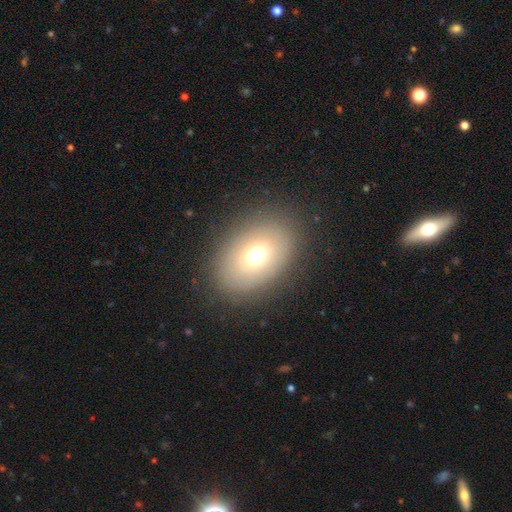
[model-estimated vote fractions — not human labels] Smooth or featured?
  - smooth: 69% *
  - featured or disk: 20%
  - star or artifact: 12%
How rounded?
  - in between: 79% *
  - round: 20%
  - cigar-shaped: 1%
Merging?
  - none: 85% *
  - minor disturbance: 9%
  - major disturbance: 4%
  - merger: 1%